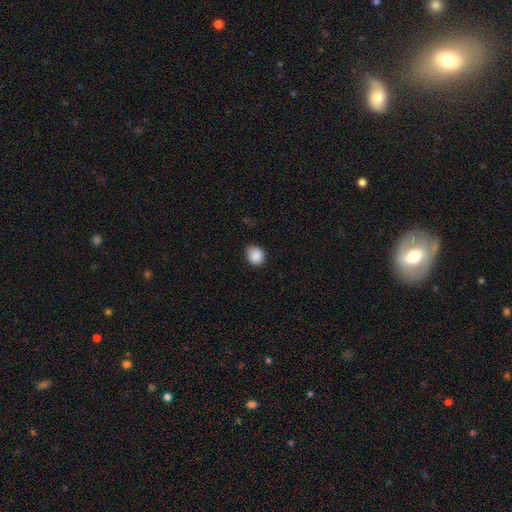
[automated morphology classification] smooth 88%, star or artifact 9%, featured or disk 3%. Down the decision tree: how rounded — round (62%); merging — none (78%).